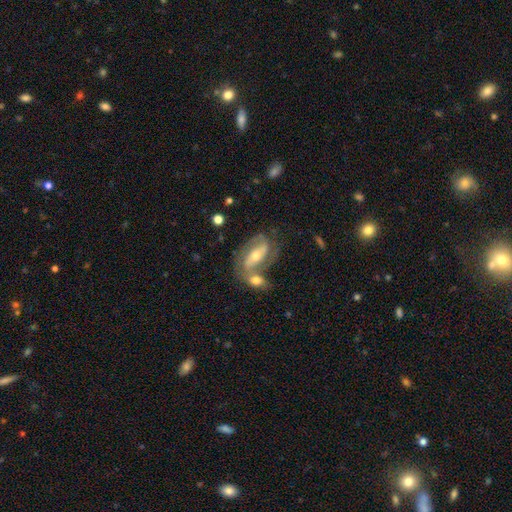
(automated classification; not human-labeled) Overall: featured or disk (75%). Edge-on disk: no (91%). Bar: strong (40%; weak 32%). Spiral arms: yes (86%). Spiral arm count: 2 (79%). Spiral winding: medium (45%; tight 34%). Bulge size: moderate (58%; small 36%). Merging: none (43%; merger 36%).